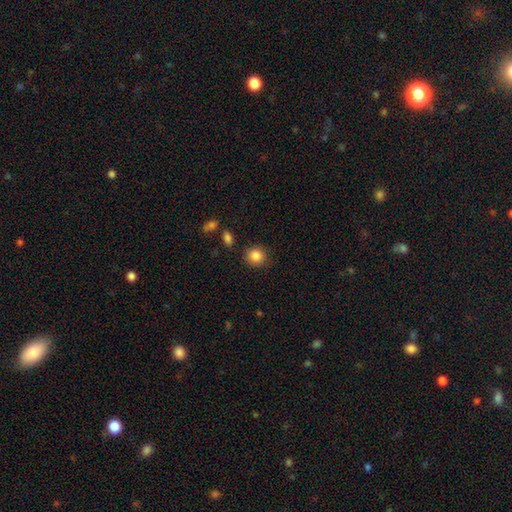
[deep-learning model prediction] Smooth or featured? smooth (86%)
How rounded? round (85%)
Merging? none (88%)